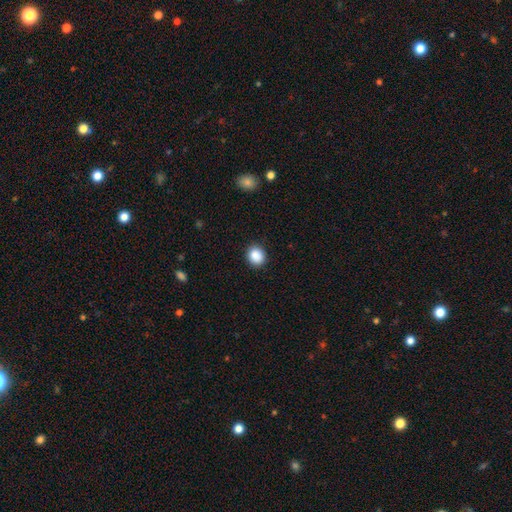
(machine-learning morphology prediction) smooth_or_featured: smooth (p=0.88) [alt: star or artifact p=0.09]
how_rounded: round (p=0.75) [alt: in between p=0.24]
merging: none (p=0.89) [alt: minor disturbance p=0.08]